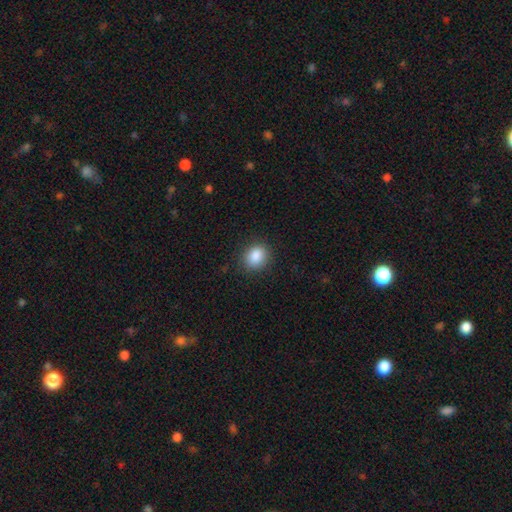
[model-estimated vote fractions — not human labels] A smooth galaxy with no disk features (87%) that is round (65%).

Vote fractions:
- Smooth or featured? smooth: 87% / star or artifact: 9% / featured or disk: 4%
- How rounded? round: 65% / in between: 34% / cigar-shaped: 1%
- Merging? none: 87% / minor disturbance: 9% / major disturbance: 3% / merger: 1%